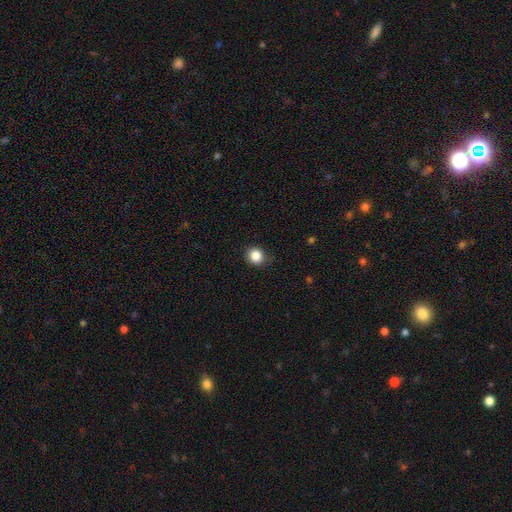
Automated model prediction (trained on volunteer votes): Smooth or featured?
  - smooth: 85% *
  - star or artifact: 11%
  - featured or disk: 4%
How rounded?
  - round: 84% *
  - in between: 15%
  - cigar-shaped: 1%
Merging?
  - none: 84% *
  - minor disturbance: 12%
  - major disturbance: 3%
  - merger: 1%